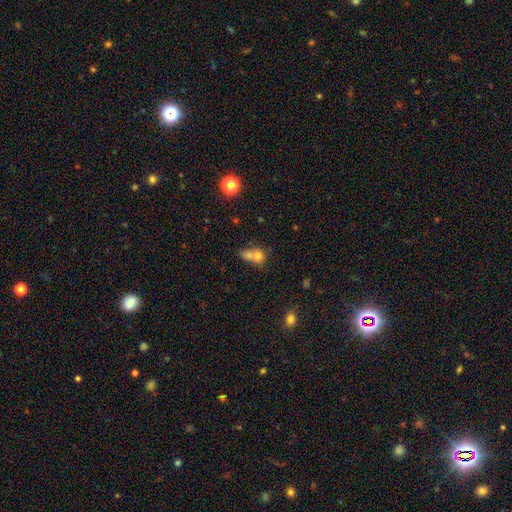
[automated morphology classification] Smooth or featured? smooth (70%)
How rounded? round (61%)
Merging? merger (64%)